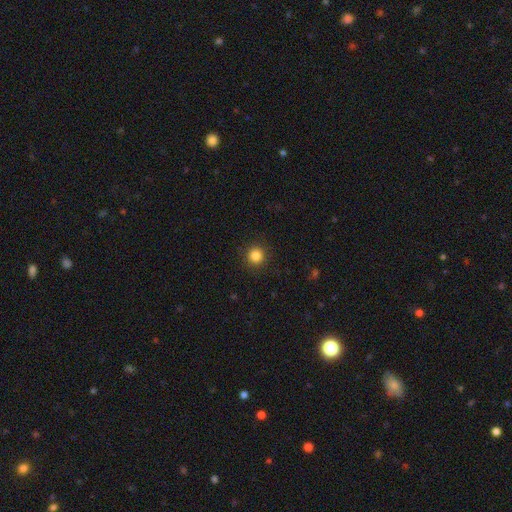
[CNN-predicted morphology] type=smooth (84%); roundness=round (95%); merging=none (92%).